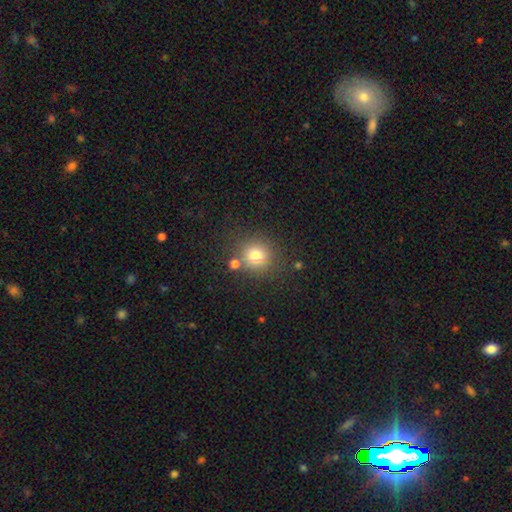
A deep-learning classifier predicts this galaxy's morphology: Smooth or featured? smooth (77%)
How rounded? round (88%)
Merging? none (75%)